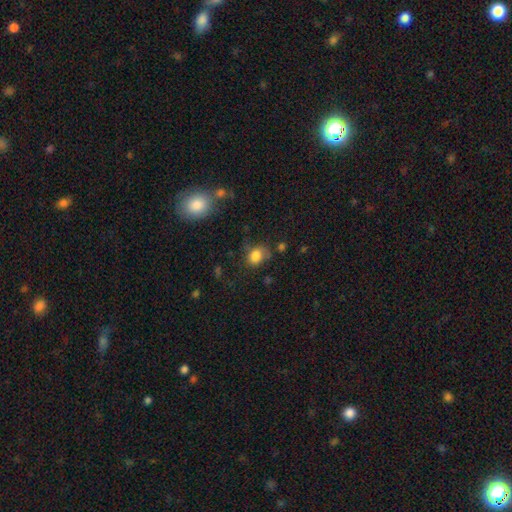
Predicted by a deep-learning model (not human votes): The model was most divided on "how rounded": round: 50%, in between: 49%, cigar-shaped: 1%. More confident: smooth or featured — smooth (80%); merging — none (55%).